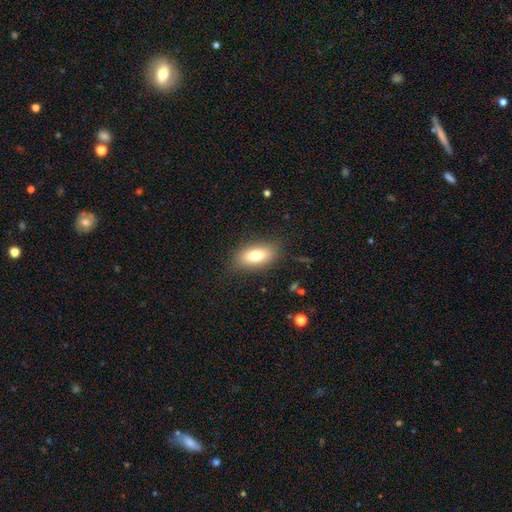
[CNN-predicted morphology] Smooth or featured?
  - smooth: 77% *
  - featured or disk: 15%
  - star or artifact: 8%
How rounded?
  - in between: 86% *
  - cigar-shaped: 8%
  - round: 6%
Merging?
  - none: 84% *
  - minor disturbance: 11%
  - major disturbance: 3%
  - merger: 1%